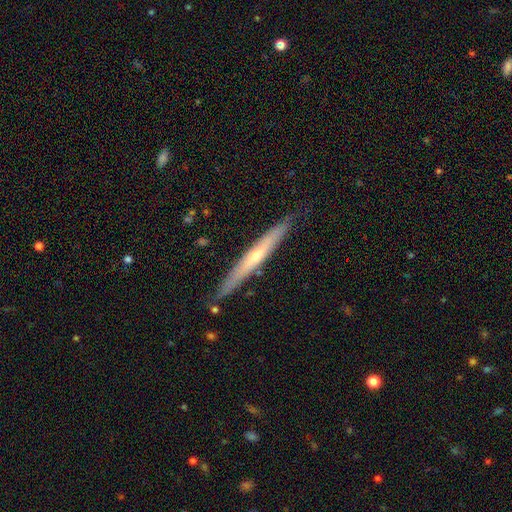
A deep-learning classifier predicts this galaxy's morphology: smooth-or-featured: featured or disk: 62% | smooth: 32% | star or artifact: 6%
  disk-edge-on: yes: 94% | no: 6%
    edge-on-bulge: rounded: 63% | none: 34% | boxy: 3%
  merging: none: 87% | minor disturbance: 10% | major disturbance: 2% | merger: 2%